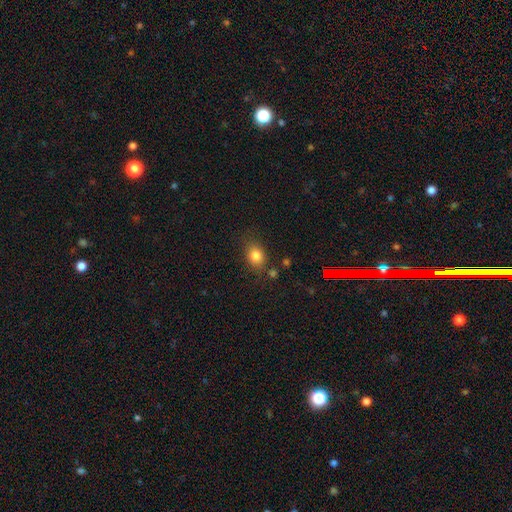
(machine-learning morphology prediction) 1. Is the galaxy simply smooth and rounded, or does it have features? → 82% smooth, 11% star or artifact, 7% featured or disk.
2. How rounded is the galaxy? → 54% in between, 45% round, 1% cigar-shaped.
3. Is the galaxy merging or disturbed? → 75% none, 15% minor disturbance, 5% merger, 5% major disturbance.